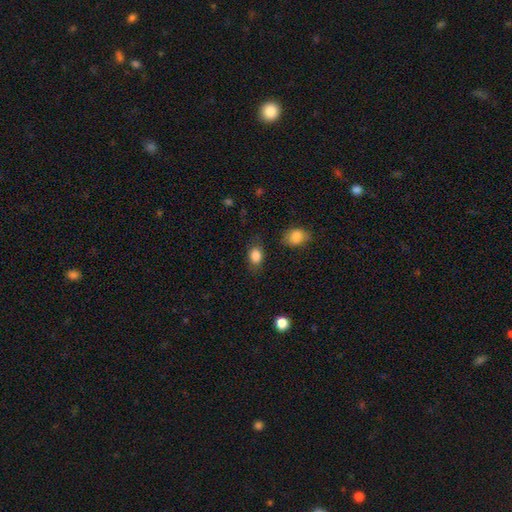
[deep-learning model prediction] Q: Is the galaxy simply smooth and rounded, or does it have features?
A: smooth — 86%.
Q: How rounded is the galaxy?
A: in between — 76%.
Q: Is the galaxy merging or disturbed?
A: none — 76%.